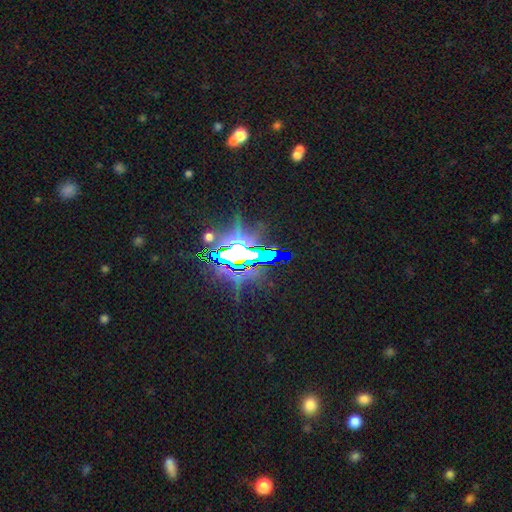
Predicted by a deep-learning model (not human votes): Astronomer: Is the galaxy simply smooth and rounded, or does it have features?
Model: star or artifact — 81%.